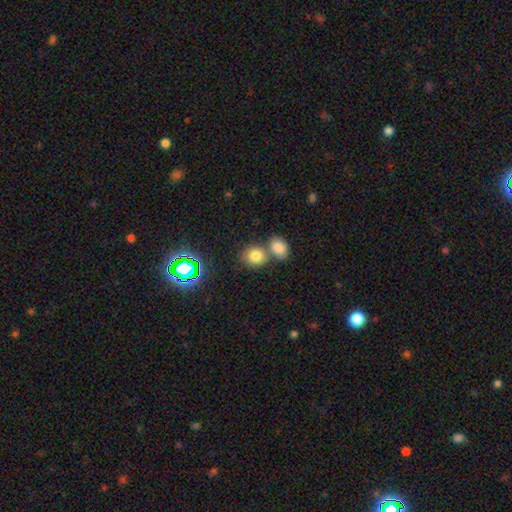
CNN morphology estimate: A smooth galaxy with no disk features (78%) that is round (64%). Merging: none (50%).